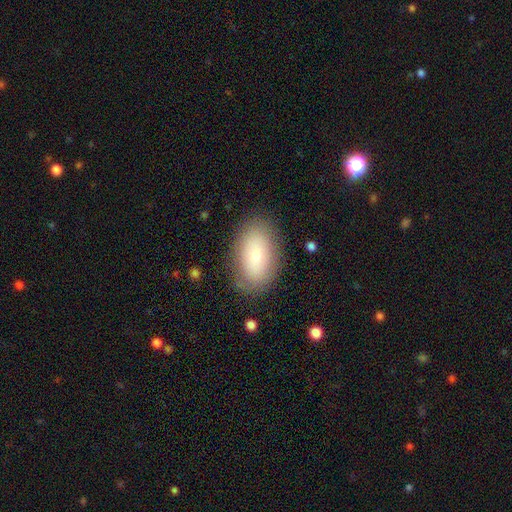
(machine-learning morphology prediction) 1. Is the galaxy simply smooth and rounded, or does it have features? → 71% smooth, 20% featured or disk, 8% star or artifact.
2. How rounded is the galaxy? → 92% in between, 6% round, 2% cigar-shaped.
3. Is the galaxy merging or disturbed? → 83% none, 12% minor disturbance, 4% major disturbance, 1% merger.